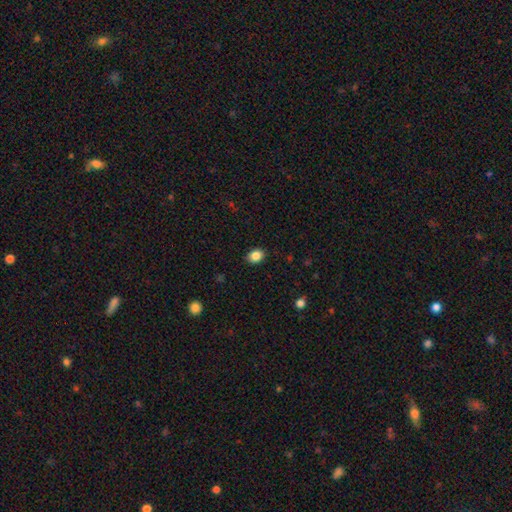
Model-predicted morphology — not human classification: Overall: smooth (86%). How rounded: in between (59%; round 40%). Merging: none (89%).